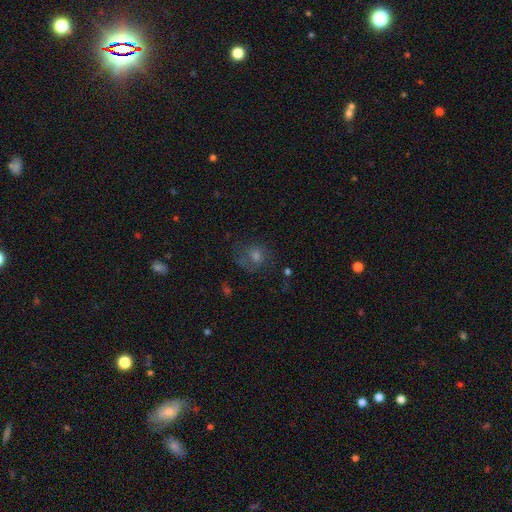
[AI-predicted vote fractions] smooth-or-featured: smooth: 44% | featured or disk: 29% | star or artifact: 27%
  merging: none: 61% | minor disturbance: 19% | major disturbance: 17% | merger: 3%